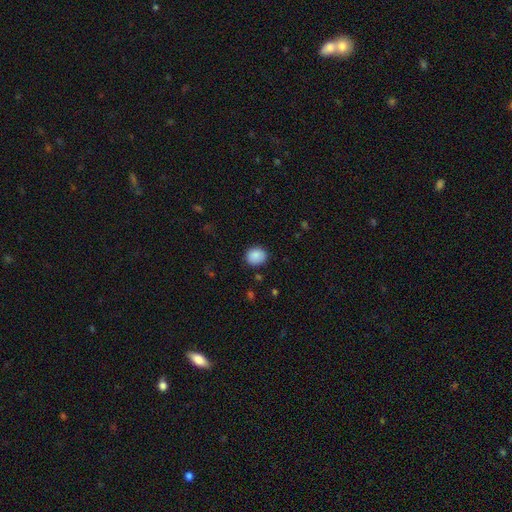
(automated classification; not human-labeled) smooth-or-featured: smooth: 88% | star or artifact: 8% | featured or disk: 4%
  how-rounded: round: 73% | in between: 26% | cigar-shaped: 1%
  merging: none: 84% | minor disturbance: 12% | major disturbance: 3% | merger: 1%